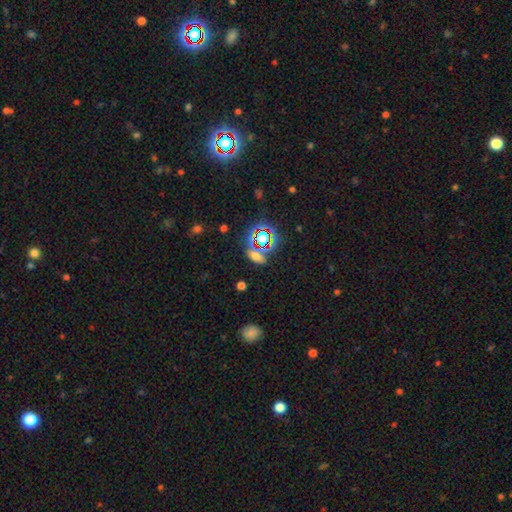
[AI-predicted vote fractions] This is possibly a smooth galaxy (51%). How rounded: likely in between (76%). Merging: likely none (72%).